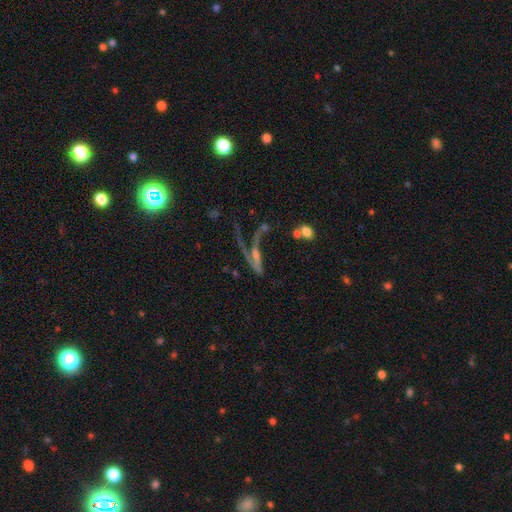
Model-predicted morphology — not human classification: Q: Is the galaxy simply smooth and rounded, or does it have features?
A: featured or disk — 62%.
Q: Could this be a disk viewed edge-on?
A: no — 72%.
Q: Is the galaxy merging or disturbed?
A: major disturbance — 42%.